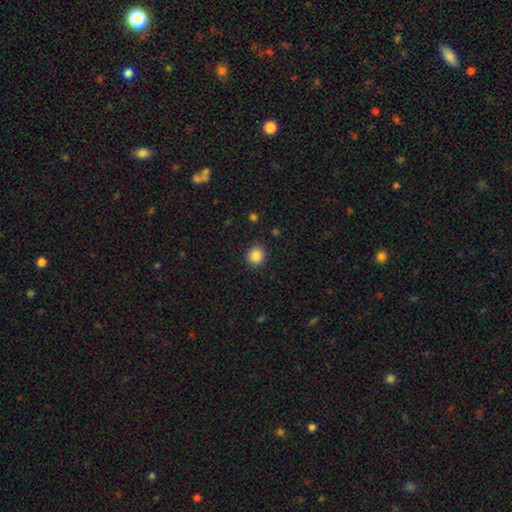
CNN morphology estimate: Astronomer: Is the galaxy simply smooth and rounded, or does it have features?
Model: smooth — 87%.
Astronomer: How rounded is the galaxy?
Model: round — 87%.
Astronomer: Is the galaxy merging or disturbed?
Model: none — 89%.